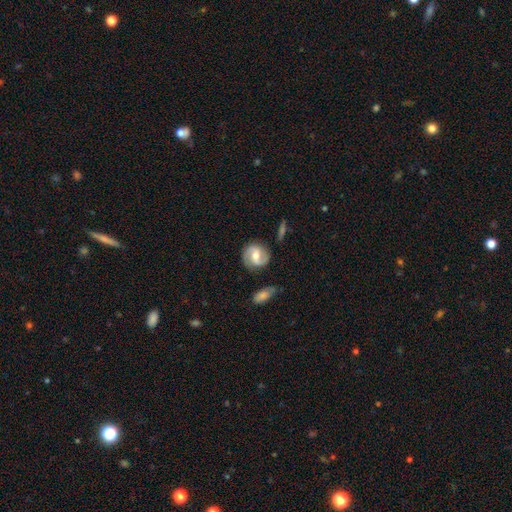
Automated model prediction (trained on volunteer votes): Smooth or featured?
  - featured or disk: 74% *
  - smooth: 20%
  - star or artifact: 6%
Edge-on disk?
  - no: 97% *
  - yes: 3%
Bar?
  - weak: 48% *
  - no: 32%
  - strong: 20%
Spiral arms?
  - yes: 92% *
  - no: 8%
Spiral winding?
  - medium: 48% *
  - tight: 29%
  - loose: 23%
Spiral arm count?
  - 2: 88% *
  - can't tell: 5%
  - 1: 3%
  - 3: 2%
  - 4: 1%
  - more than 4: 1%
Bulge size?
  - moderate: 67% *
  - small: 26%
  - large: 4%
  - none: 2%
  - dominant: 1%
Merging?
  - none: 79% *
  - minor disturbance: 14%
  - major disturbance: 4%
  - merger: 3%